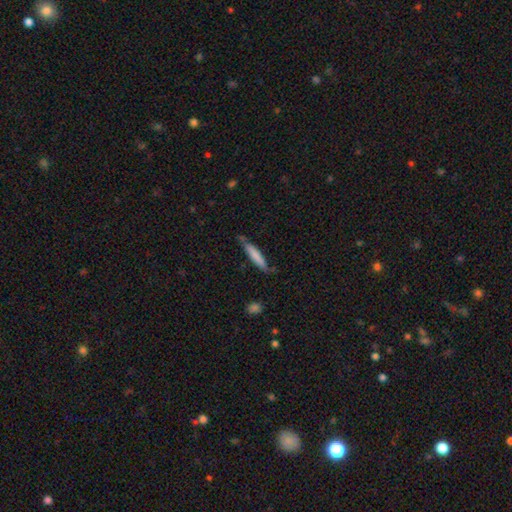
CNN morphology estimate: Smooth or featured: smooth — 74% (featured or disk — 21%)
How rounded: cigar-shaped — 91% (in between — 8%)
Merging: none — 72% (minor disturbance — 21%)